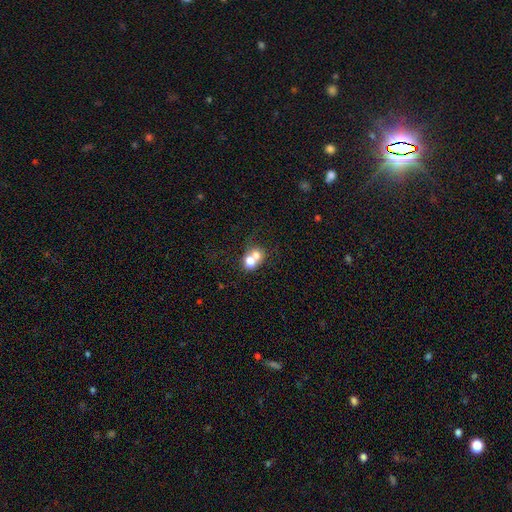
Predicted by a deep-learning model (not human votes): This appears to be a smooth galaxy with no disk features (69%) that is round (64%). Merging: merger (67%).